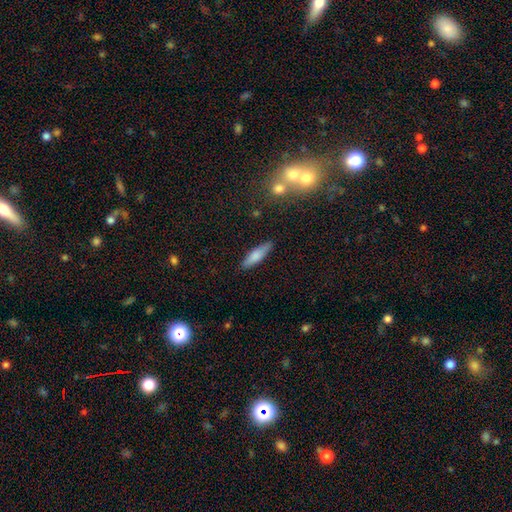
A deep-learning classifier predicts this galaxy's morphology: This is likely a smooth galaxy (75%). How rounded: likely cigar-shaped (68%). Merging: clearly none (87%).